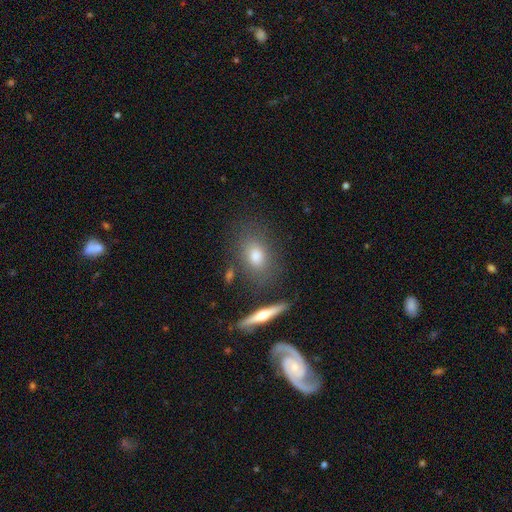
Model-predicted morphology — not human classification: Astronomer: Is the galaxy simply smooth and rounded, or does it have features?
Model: smooth — 70%.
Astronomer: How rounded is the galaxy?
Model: in between — 69%.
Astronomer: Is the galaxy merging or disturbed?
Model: none — 74%.